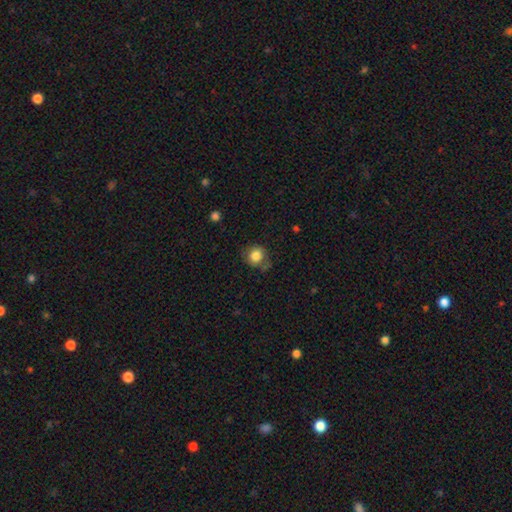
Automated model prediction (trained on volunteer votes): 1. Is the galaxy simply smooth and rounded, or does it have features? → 84% smooth, 9% star or artifact, 7% featured or disk.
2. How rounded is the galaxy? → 82% round, 17% in between, 1% cigar-shaped.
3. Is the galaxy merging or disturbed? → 67% none, 21% minor disturbance, 8% major disturbance, 4% merger.